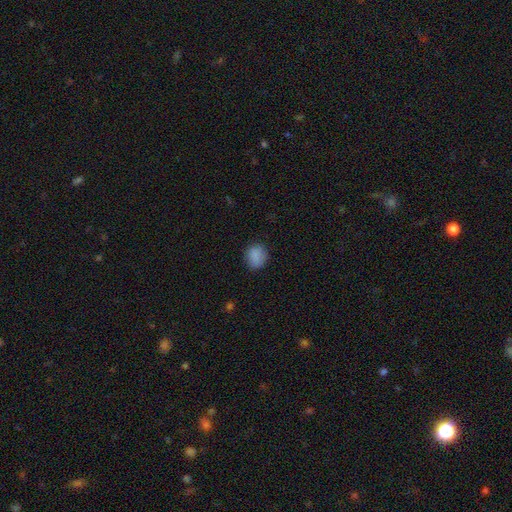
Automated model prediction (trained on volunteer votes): smooth_or_featured: smooth (p=0.86) [alt: star or artifact p=0.09]
how_rounded: round (p=0.65) [alt: in between p=0.34]
merging: none (p=0.83) [alt: minor disturbance p=0.13]